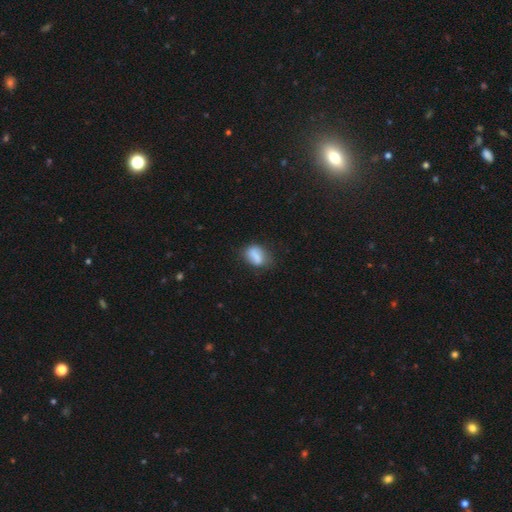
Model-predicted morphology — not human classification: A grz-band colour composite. It shows a smooth galaxy with no disk features (77%) that is in between round and cigar-shaped (76%). Merging: none (58%).